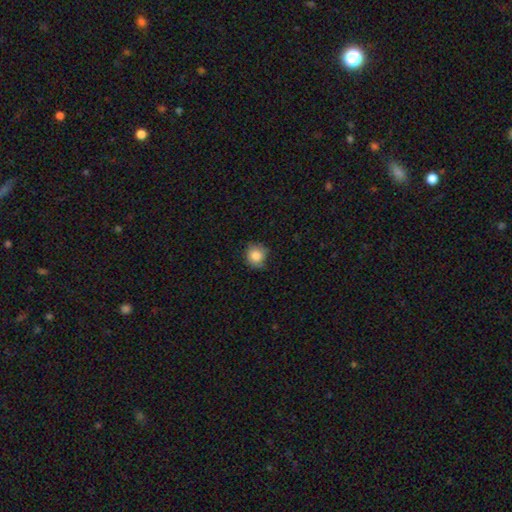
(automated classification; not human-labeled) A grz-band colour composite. It shows a smooth galaxy with no disk features (84%) that is round (88%). Merging: none (73%).